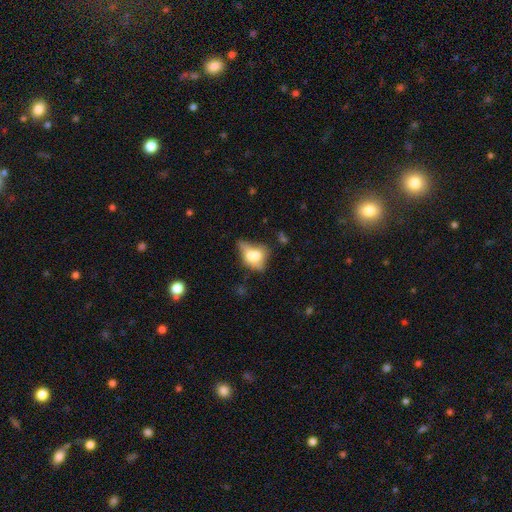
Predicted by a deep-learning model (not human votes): Smooth or featured? Predicted: smooth (p=0.55). How rounded? Predicted: in between (p=0.74). Merging? Predicted: merger (p=0.29).